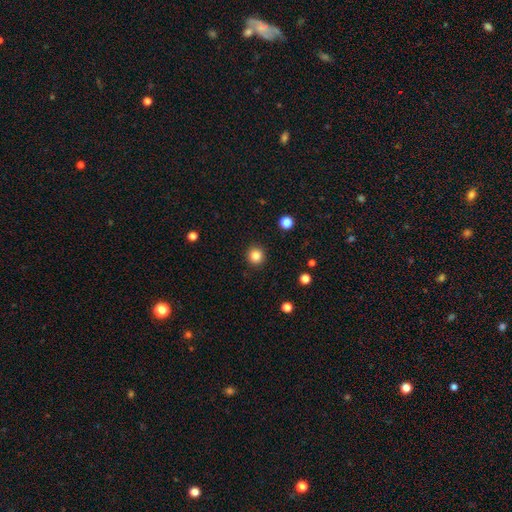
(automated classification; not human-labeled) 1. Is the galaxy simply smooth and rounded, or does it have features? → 84% smooth, 11% star or artifact, 5% featured or disk.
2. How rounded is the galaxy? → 93% round, 6% in between, 1% cigar-shaped.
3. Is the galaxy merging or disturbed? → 93% none, 5% minor disturbance, 2% major disturbance, 1% merger.